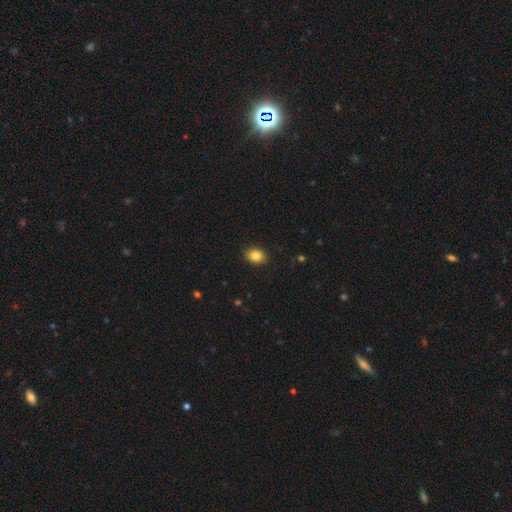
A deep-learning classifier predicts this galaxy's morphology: The model was most divided on "how rounded": in between: 65%, round: 34%, cigar-shaped: 1%. More confident: merging — none (87%); smooth or featured — smooth (85%).